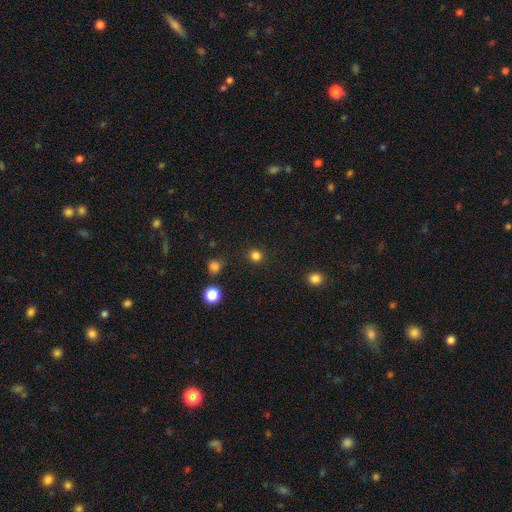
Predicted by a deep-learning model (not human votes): This is clearly a smooth galaxy (82%). How rounded: clearly round (91%). Merging: clearly none (89%).